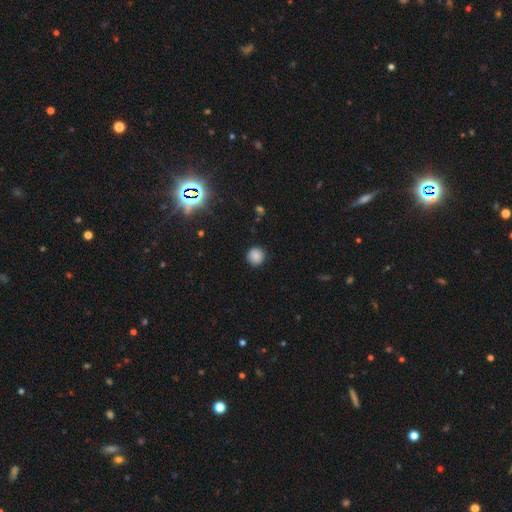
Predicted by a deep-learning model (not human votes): This appears to be a smooth galaxy with no disk features (84%) that is round (94%). Merging: none (90%).